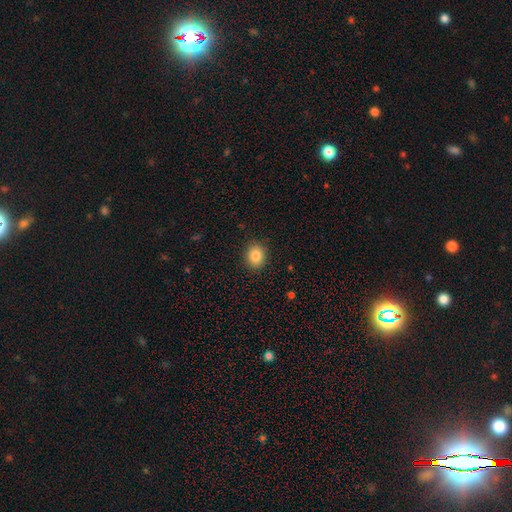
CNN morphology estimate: This appears to be a smooth galaxy with no disk features (84%) that is round (62%). Merging: none (90%).